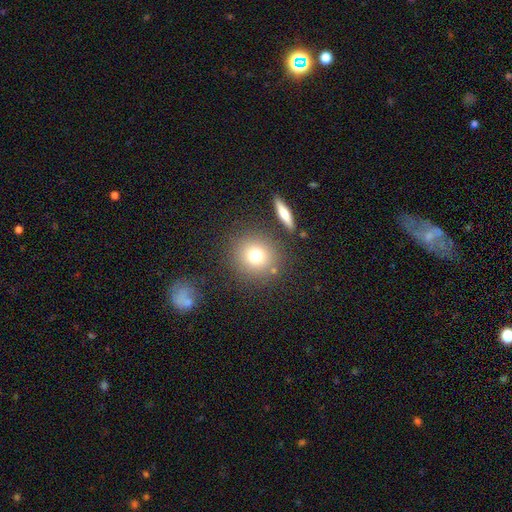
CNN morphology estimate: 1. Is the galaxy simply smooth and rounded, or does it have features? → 74% smooth, 13% star or artifact, 13% featured or disk.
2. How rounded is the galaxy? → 89% round, 9% in between, 1% cigar-shaped.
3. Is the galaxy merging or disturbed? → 81% none, 8% minor disturbance, 6% merger, 4% major disturbance.